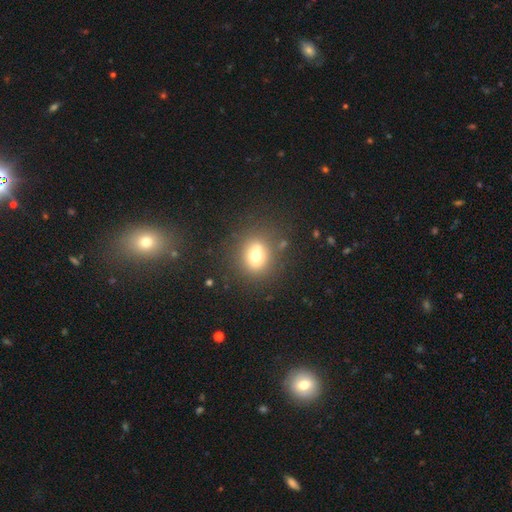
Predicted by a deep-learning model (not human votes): A smooth galaxy with no disk features (67%) that is round (71%). Merging: none (75%).